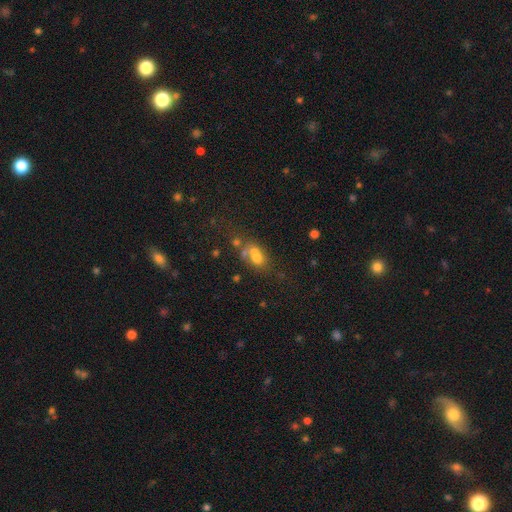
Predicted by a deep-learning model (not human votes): Smooth or featured: smooth — 61% (featured or disk — 22%)
How rounded: in between — 64% (round — 33%)
Merging: merger — 50% (none — 29%)